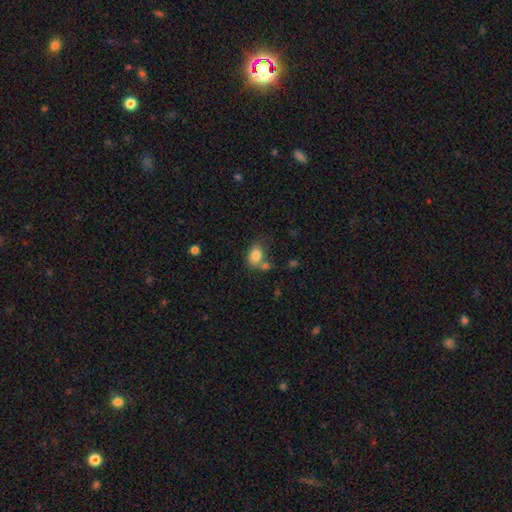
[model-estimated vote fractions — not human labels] The model was most divided on "merging": none: 50%, merger: 25%, minor disturbance: 18%, major disturbance: 6%. More confident: smooth or featured — smooth (82%); how rounded — in between (75%).